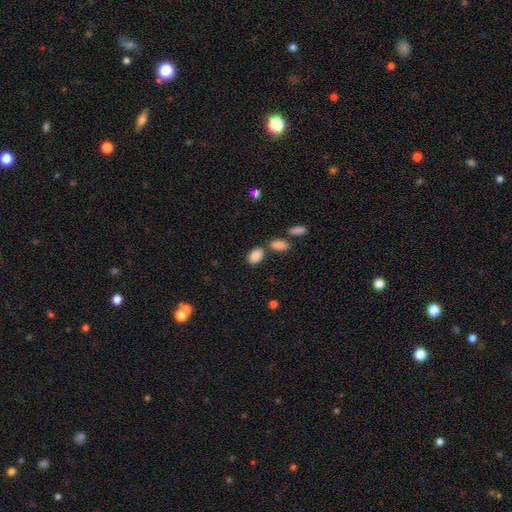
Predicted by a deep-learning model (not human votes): A smooth galaxy with no disk features (87%) that is in between round and cigar-shaped (88%). Merging: none (65%).